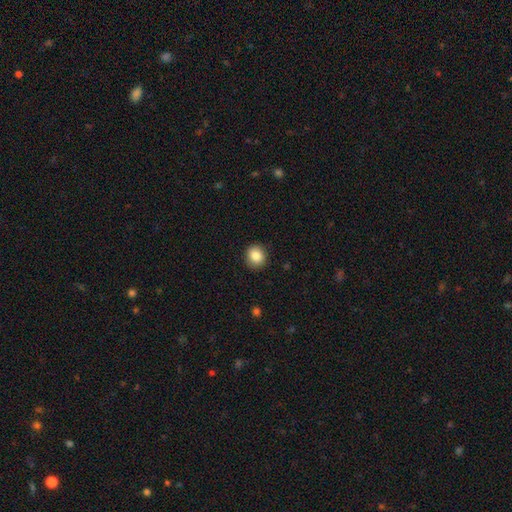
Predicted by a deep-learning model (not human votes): The model was most divided on "how rounded": round: 84%, in between: 16%, cigar-shaped: 1%. More confident: merging — none (90%); smooth or featured — smooth (86%).